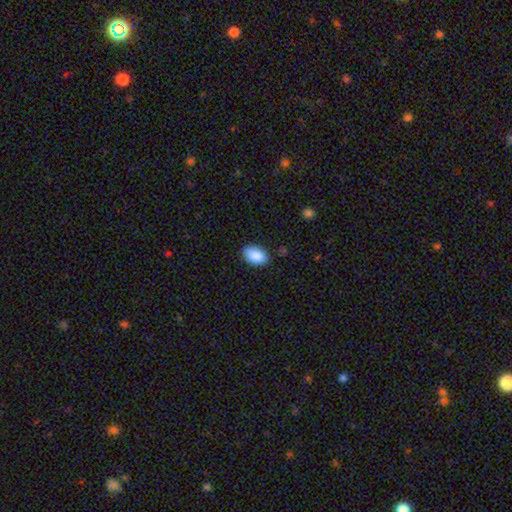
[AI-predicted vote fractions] Overall: smooth (88%). How rounded: in between (91%). Merging: none (84%).